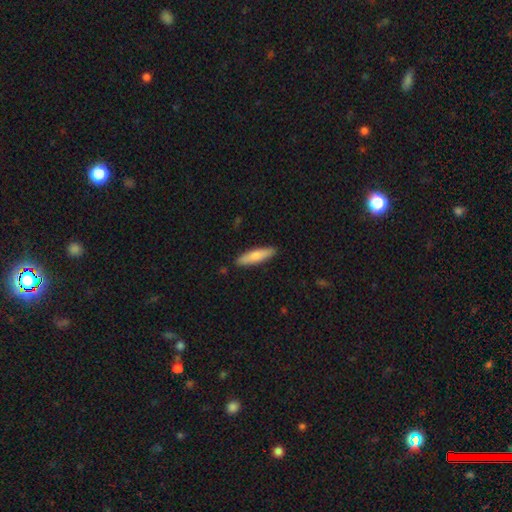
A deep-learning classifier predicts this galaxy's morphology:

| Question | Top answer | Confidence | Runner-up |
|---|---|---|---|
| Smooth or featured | smooth | 76% | featured or disk (19%) |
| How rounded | cigar-shaped | 75% | in between (24%) |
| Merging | none | 89% | minor disturbance (8%) |